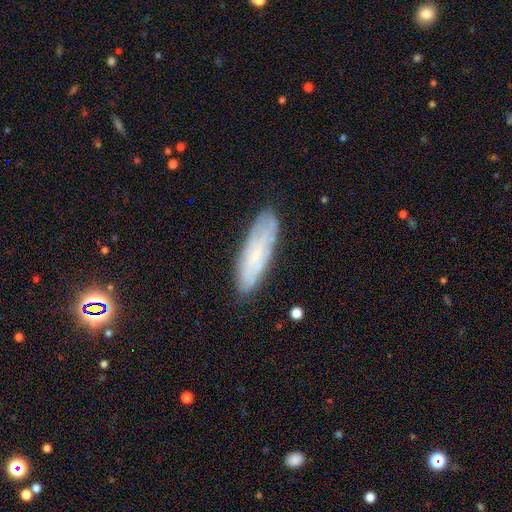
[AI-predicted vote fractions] Smooth or featured? featured or disk (47%)
Merging? none (80%)